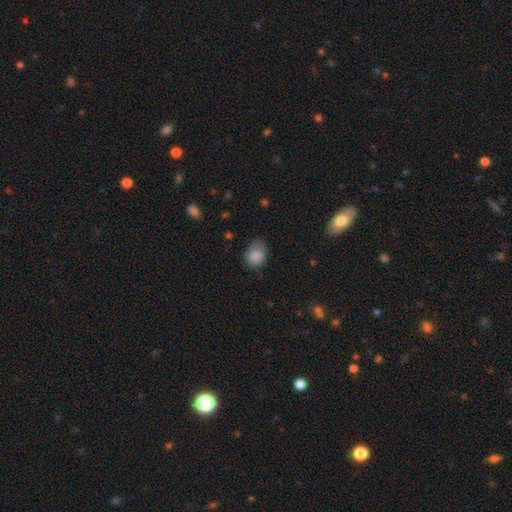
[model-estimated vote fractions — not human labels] smooth-or-featured: smooth: 85% | star or artifact: 8% | featured or disk: 6%
  how-rounded: in between: 62% | round: 37% | cigar-shaped: 1%
  merging: none: 58% | minor disturbance: 32% | major disturbance: 8% | merger: 2%